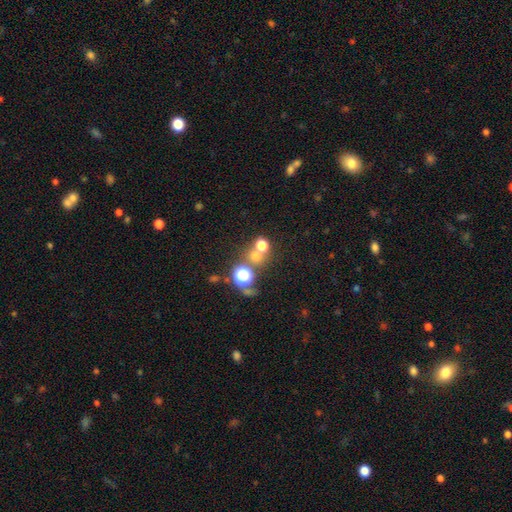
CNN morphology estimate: The model was most divided on "smooth or featured": smooth: 57%, star or artifact: 34%, featured or disk: 9%. More confident: how rounded — round (86%); merging — none (60%).